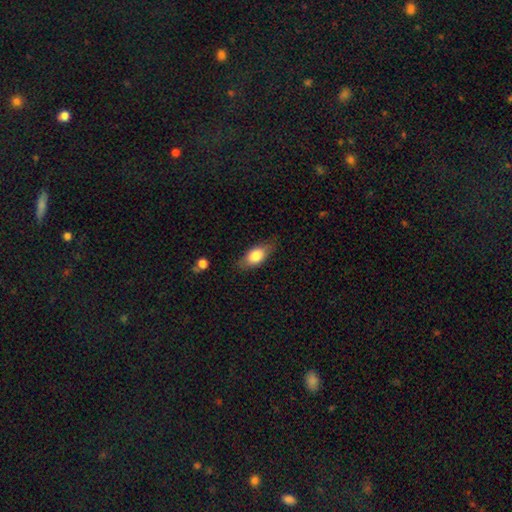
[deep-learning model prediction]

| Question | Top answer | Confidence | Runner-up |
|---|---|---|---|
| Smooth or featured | smooth | 75% | featured or disk (19%) |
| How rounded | in between | 83% | cigar-shaped (10%) |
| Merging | none | 75% | minor disturbance (19%) |